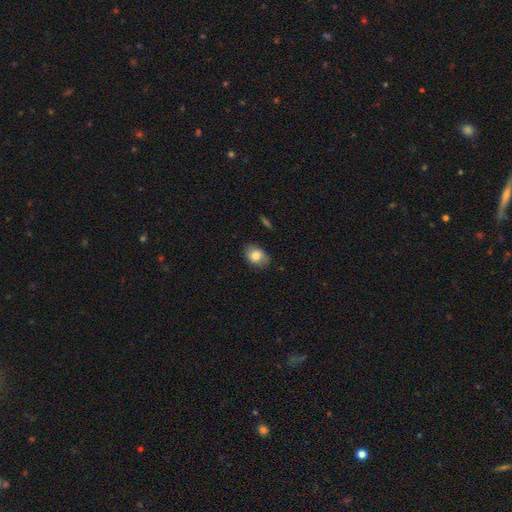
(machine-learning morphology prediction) Smooth or featured: smooth — 80% (featured or disk — 12%)
How rounded: in between — 74% (round — 25%)
Merging: none — 80% (minor disturbance — 16%)